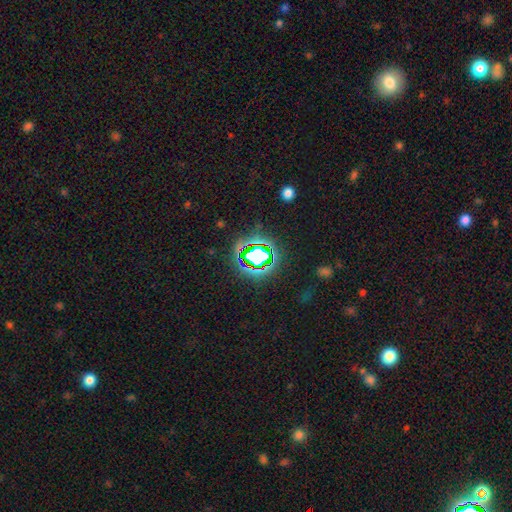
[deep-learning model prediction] Morphology: type=star or artifact (69%).